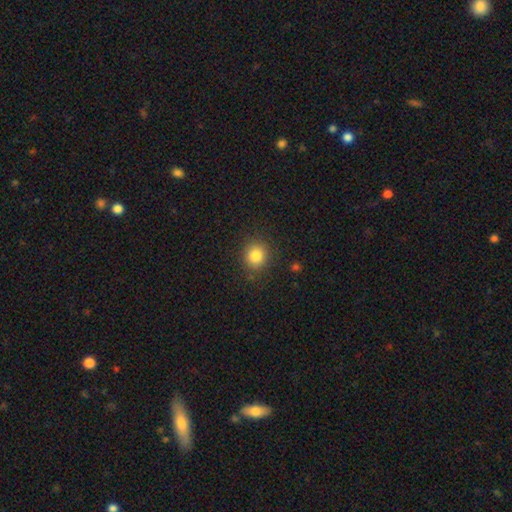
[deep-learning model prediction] smooth_or_featured: smooth (p=0.83) [alt: star or artifact p=0.12]
how_rounded: round (p=0.86) [alt: in between p=0.14]
merging: none (p=0.87) [alt: minor disturbance p=0.08]